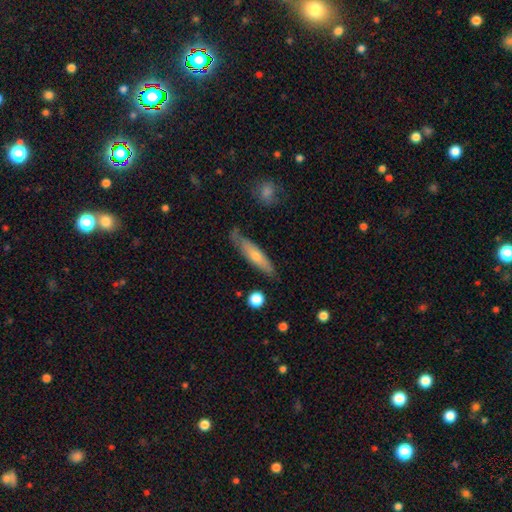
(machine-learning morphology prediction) A smooth galaxy with no disk features (54%) that is cigar-shaped (80%). Merging: none (76%).